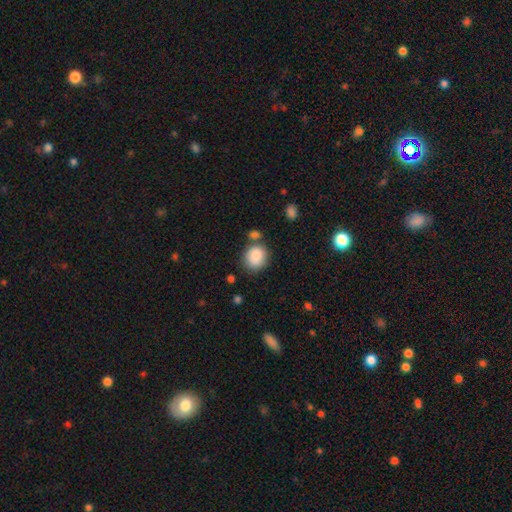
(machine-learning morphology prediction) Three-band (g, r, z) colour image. It shows a smooth galaxy with no disk features (86%) that is round (74%). Merging: none (66%).